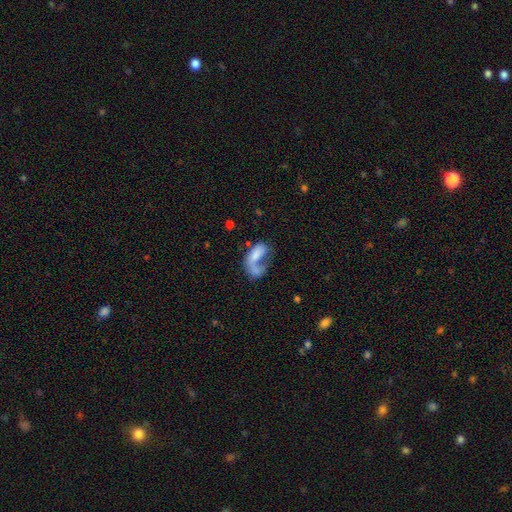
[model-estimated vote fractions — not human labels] Smooth or featured? smooth (56%)
How rounded? in between (87%)
Merging? merger (45%)